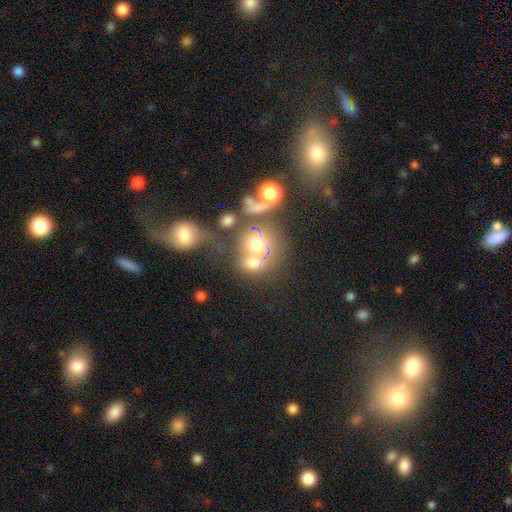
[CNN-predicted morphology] A smooth galaxy with no disk features (55%) that is round (73%). Merging: merger (52%).